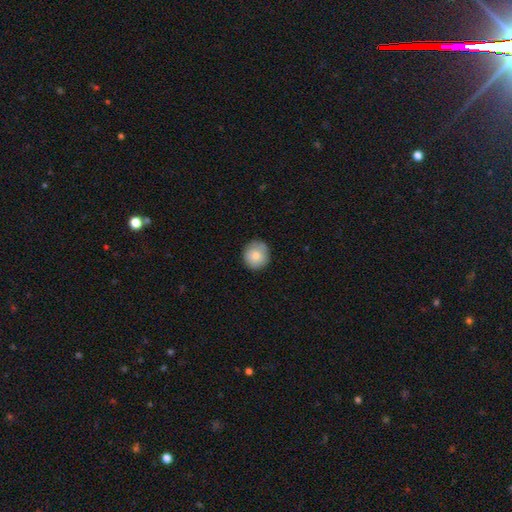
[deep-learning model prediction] This is clearly a smooth galaxy (81%). How rounded: clearly round (92%). Merging: clearly none (85%).